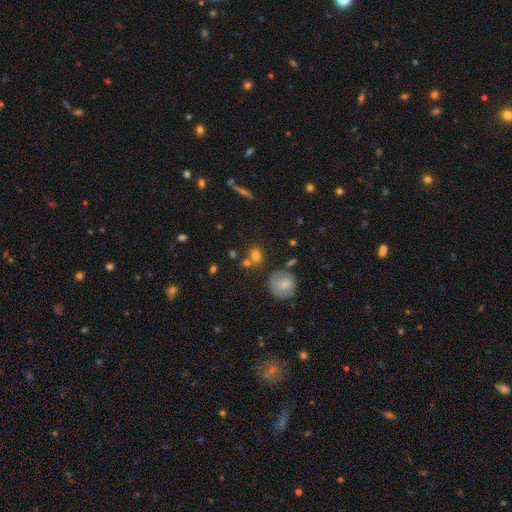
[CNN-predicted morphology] A smooth galaxy with no disk features (73%) that is round (67%). Merging: none (56%).